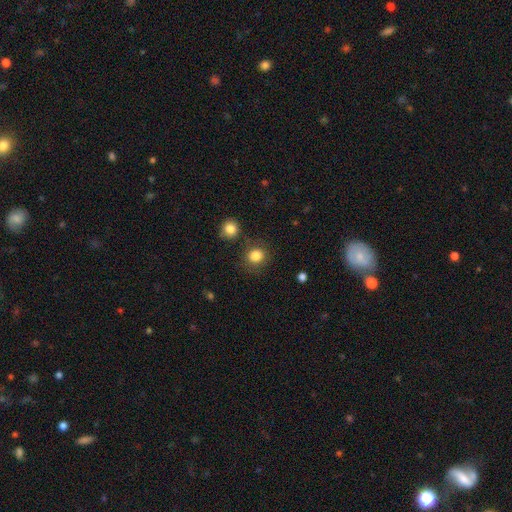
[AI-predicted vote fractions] Smooth or featured? Predicted: smooth (p=0.84). How rounded? Predicted: round (p=0.80). Merging? Predicted: none (p=0.80).